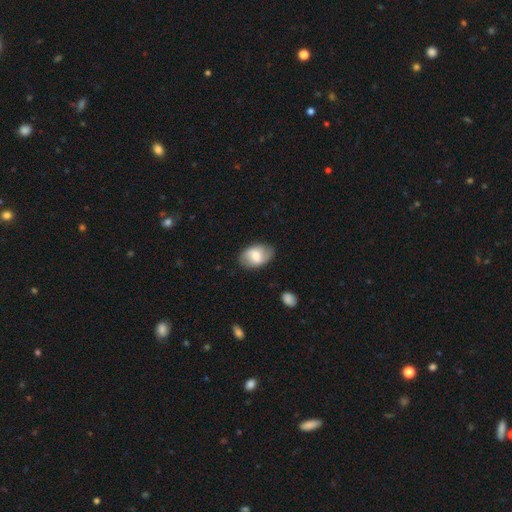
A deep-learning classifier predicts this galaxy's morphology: This is likely a smooth galaxy (61%). How rounded: clearly in between (88%). Merging: clearly none (81%).